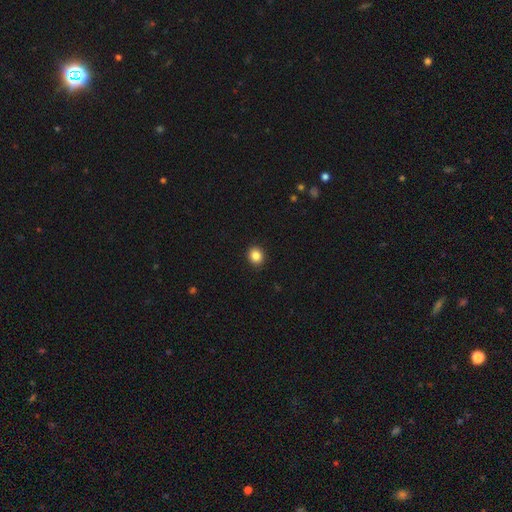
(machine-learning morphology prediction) smooth_or_featured: smooth (p=0.86) [alt: star or artifact p=0.10]
how_rounded: round (p=0.78) [alt: in between p=0.21]
merging: none (p=0.92) [alt: minor disturbance p=0.05]